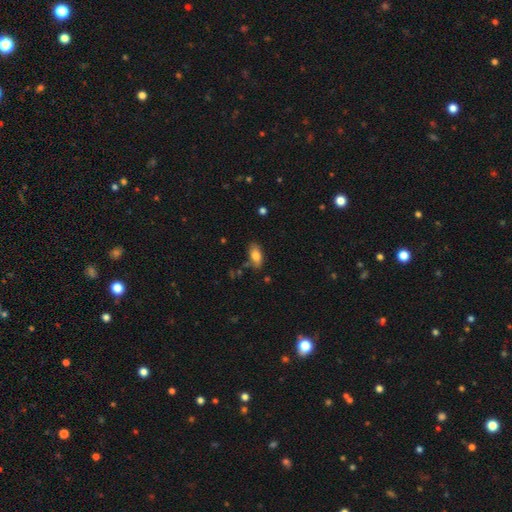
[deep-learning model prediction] smooth_or_featured: smooth (p=0.81) [alt: featured or disk p=0.11]
how_rounded: in between (p=0.88) [alt: cigar-shaped p=0.09]
merging: none (p=0.75) [alt: minor disturbance p=0.17]